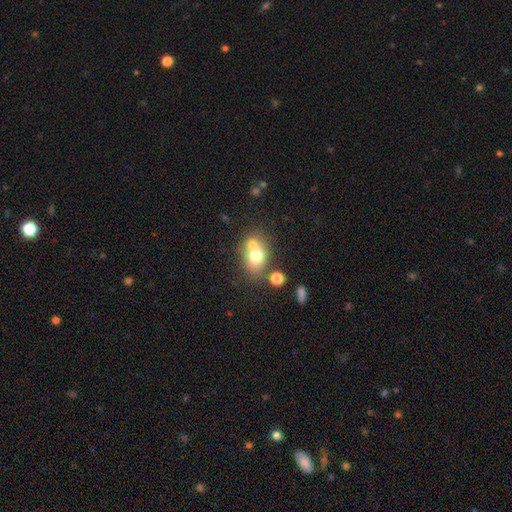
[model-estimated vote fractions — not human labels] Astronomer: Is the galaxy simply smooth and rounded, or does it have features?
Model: smooth — 69%.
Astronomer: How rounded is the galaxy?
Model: in between — 55% (runner-up: round, 44%).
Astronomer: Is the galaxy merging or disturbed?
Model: merger — 43% (runner-up: none, 41%).